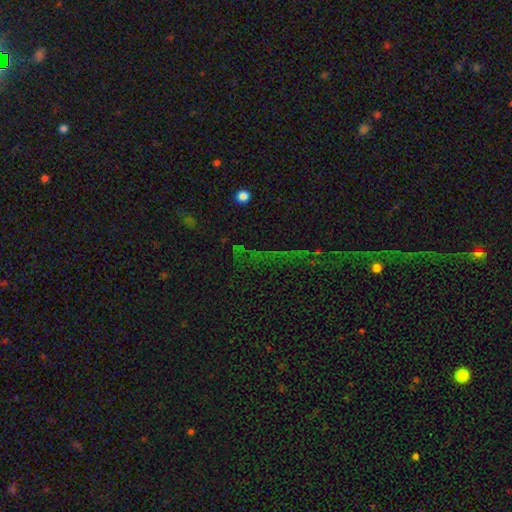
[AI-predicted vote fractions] Smooth or featured: star or artifact — 77% (smooth — 12%)